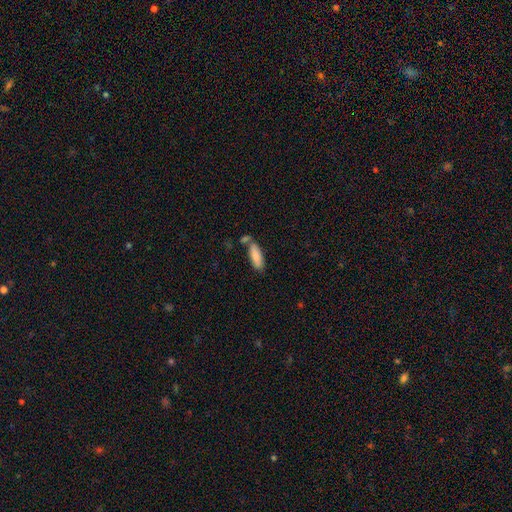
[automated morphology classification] smooth-or-featured: smooth: 85% | featured or disk: 8% | star or artifact: 6%
  how-rounded: in between: 59% | cigar-shaped: 39% | round: 2%
  merging: none: 58% | merger: 22% | minor disturbance: 16% | major disturbance: 4%